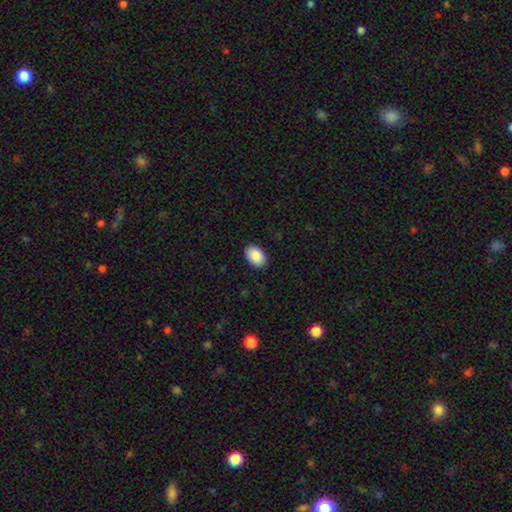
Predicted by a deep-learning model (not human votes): This is clearly a smooth galaxy (90%). How rounded: clearly in between (88%). Merging: clearly none (89%).